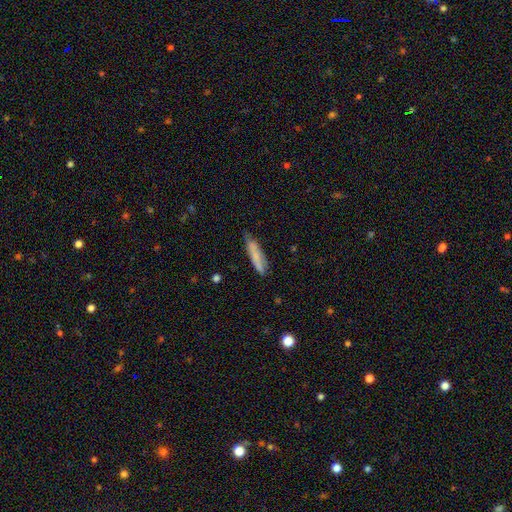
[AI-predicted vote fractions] smooth 74%, featured or disk 19%, star or artifact 7%. Down the decision tree: how rounded — cigar-shaped (83%); merging — none (72%).